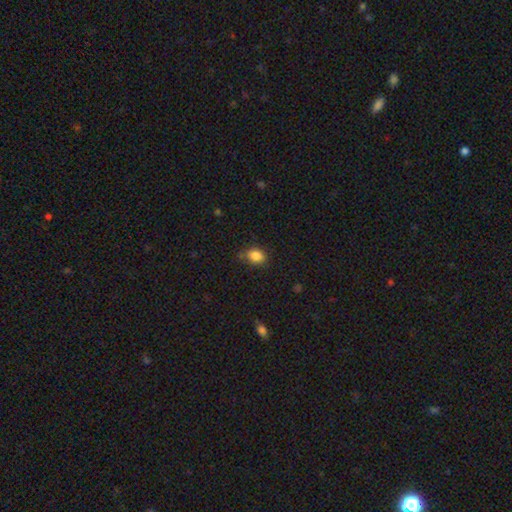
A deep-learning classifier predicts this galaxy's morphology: smooth_or_featured: smooth (p=0.85) [alt: star or artifact p=0.10]
how_rounded: in between (p=0.57) [alt: round p=0.41]
merging: none (p=0.62) [alt: minor disturbance p=0.29]